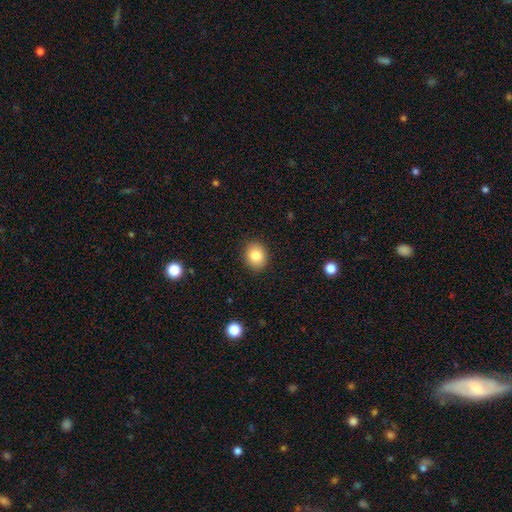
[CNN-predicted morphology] smooth 83%, star or artifact 9%, featured or disk 7%. Down the decision tree: how rounded — round (60%); merging — none (90%).